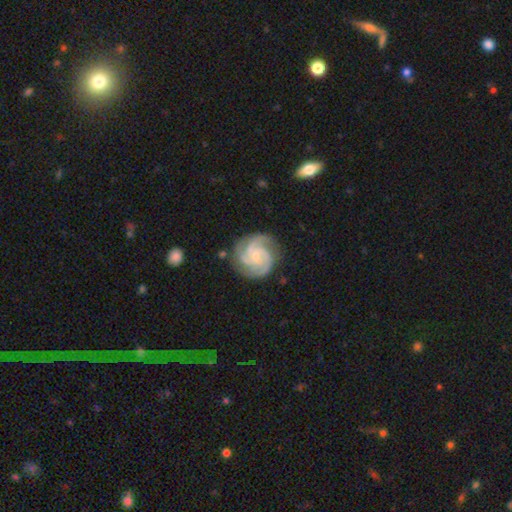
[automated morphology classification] Smooth or featured: featured or disk — 90% (smooth — 6%)
Edge-on disk: no — 98% (yes — 2%)
Bar: no — 67% (weak — 27%)
Spiral arms: yes — 99% (no — 1%)
Spiral winding: tight — 64% (medium — 33%)
Spiral arm count: 3 — 58% (4 — 22%)
Bulge size: small — 69% (moderate — 24%)
Merging: none — 81% (minor disturbance — 14%)